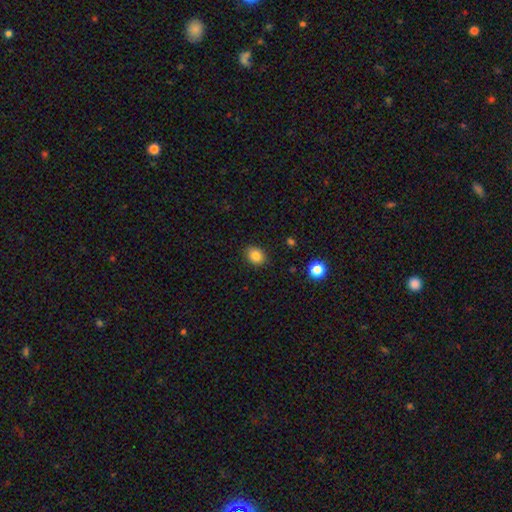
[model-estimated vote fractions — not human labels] This is clearly a smooth galaxy (84%). How rounded: possibly in between (55%). Merging: clearly none (87%).